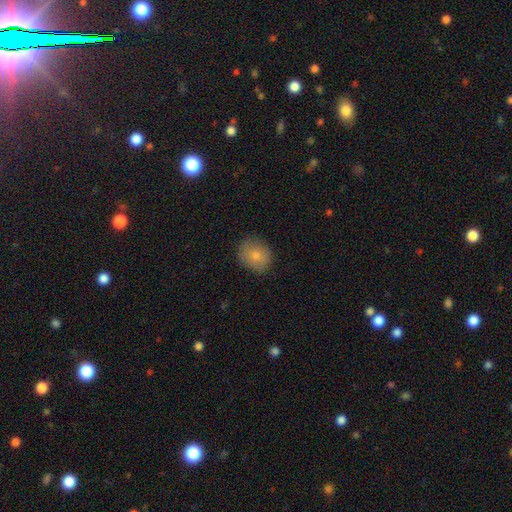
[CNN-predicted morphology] This is clearly a smooth galaxy (81%). How rounded: likely round (70%). Merging: clearly none (81%).